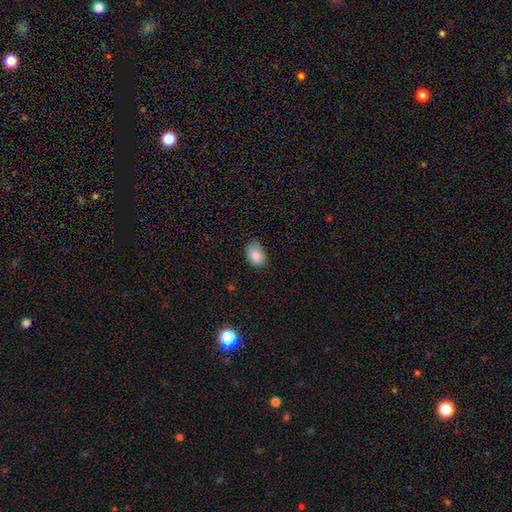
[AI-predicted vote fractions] Smooth or featured?
  - smooth: 84% *
  - star or artifact: 8%
  - featured or disk: 7%
How rounded?
  - in between: 81% *
  - round: 18%
  - cigar-shaped: 1%
Merging?
  - none: 61% *
  - minor disturbance: 32%
  - major disturbance: 6%
  - merger: 2%